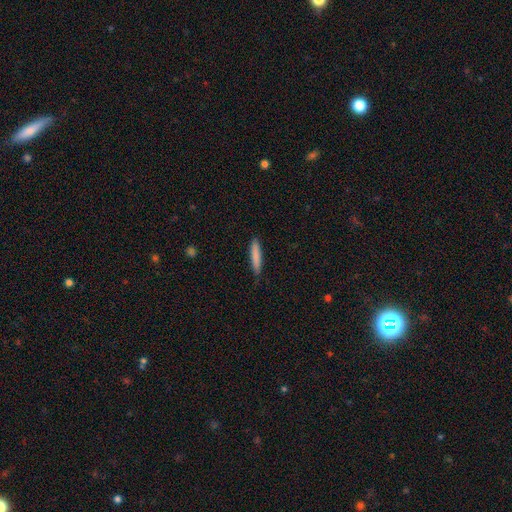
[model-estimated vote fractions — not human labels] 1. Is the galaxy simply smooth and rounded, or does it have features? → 84% smooth, 10% featured or disk, 6% star or artifact.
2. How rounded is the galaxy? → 88% cigar-shaped, 11% in between, 1% round.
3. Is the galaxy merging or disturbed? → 84% none, 13% minor disturbance, 2% major disturbance, 1% merger.